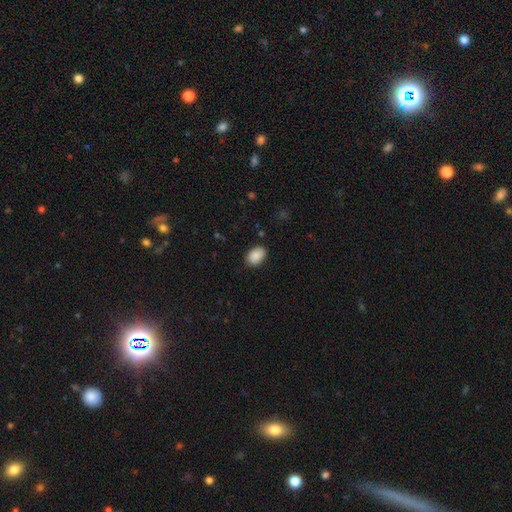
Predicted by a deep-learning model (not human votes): A smooth galaxy with no disk features (89%) that is in between round and cigar-shaped (86%).

Vote fractions:
- Smooth or featured? smooth: 89% / star or artifact: 7% / featured or disk: 4%
- How rounded? in between: 86% / round: 13% / cigar-shaped: 1%
- Merging? none: 84% / minor disturbance: 12% / major disturbance: 3% / merger: 1%